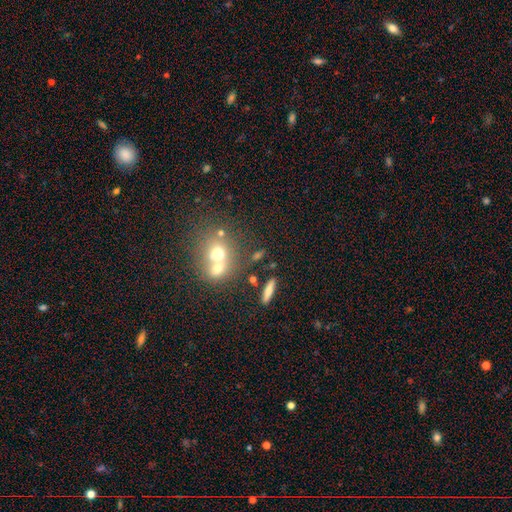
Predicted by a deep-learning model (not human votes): Q: Smooth or featured?
A: smooth (59%); runner-up: featured or disk (22%)
Q: How rounded?
A: round (57%); runner-up: in between (32%)
Q: Merging?
A: none (44%); tied with: merger (44%)